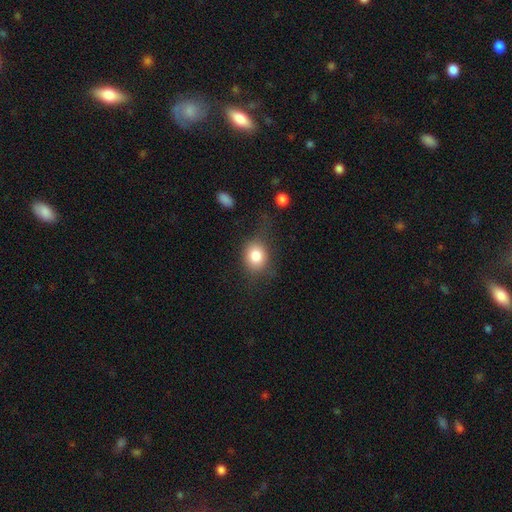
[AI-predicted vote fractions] A smooth galaxy with no disk features (81%) that is round (63%). Merging: none (65%).